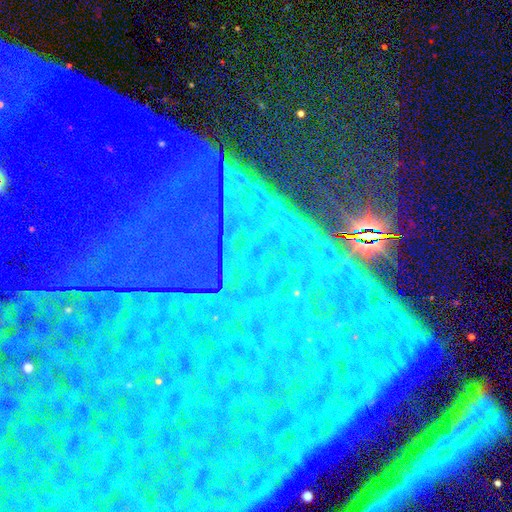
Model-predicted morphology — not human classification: Smooth or featured?
  - star or artifact: 87% *
  - featured or disk: 7%
  - smooth: 6%